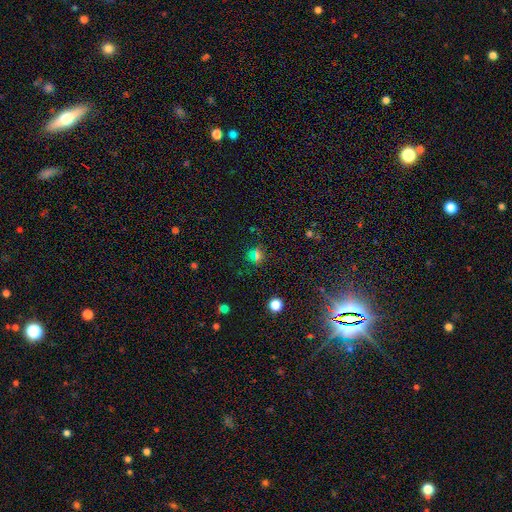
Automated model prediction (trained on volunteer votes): smooth 54%, star or artifact 37%, featured or disk 9%. Down the decision tree: how rounded — round (83%); merging — none (84%).